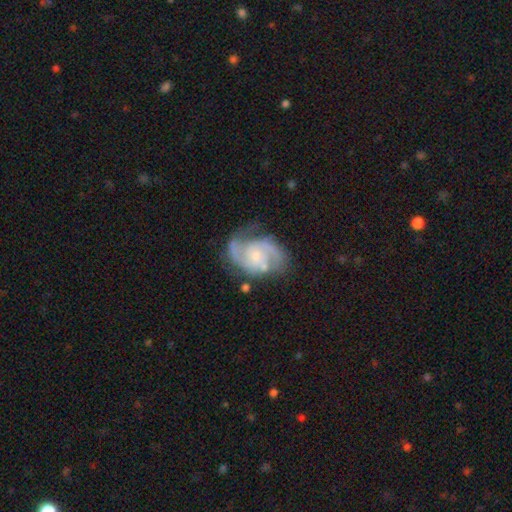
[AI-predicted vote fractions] featured or disk 87%, smooth 7%, star or artifact 5%. Down the decision tree: edge-on disk — no (98%); bar — no (62%); spiral arms — yes (97%); spiral arm count — 2 (74%); spiral winding — medium (52%); bulge size — small (64%); merging — none (65%).